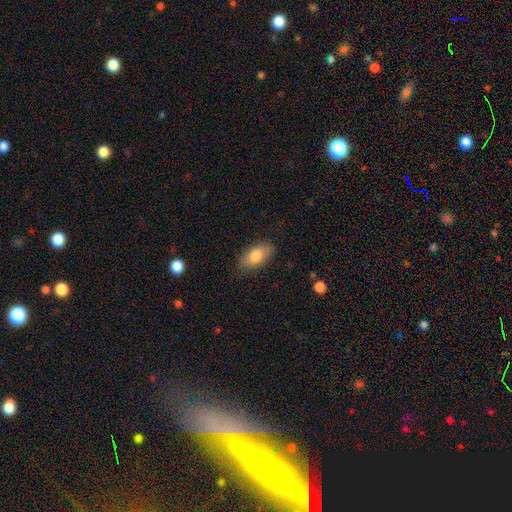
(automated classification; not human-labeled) smooth-or-featured: smooth: 80% | featured or disk: 14% | star or artifact: 7%
  how-rounded: in between: 91% | round: 5% | cigar-shaped: 4%
  merging: none: 83% | minor disturbance: 13% | major disturbance: 3% | merger: 1%